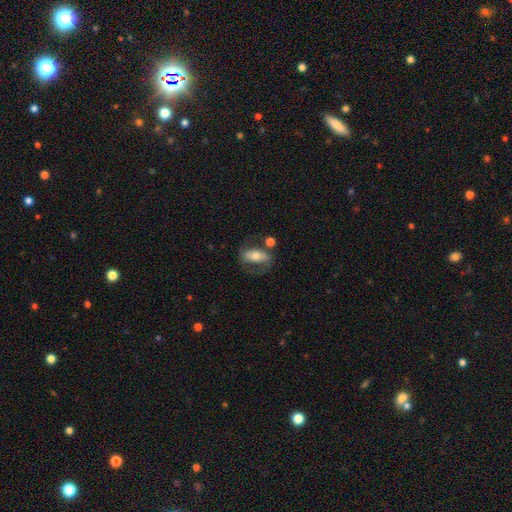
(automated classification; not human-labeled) Smooth or featured? Predicted: smooth (p=0.47). Merging? Predicted: none (p=0.54).